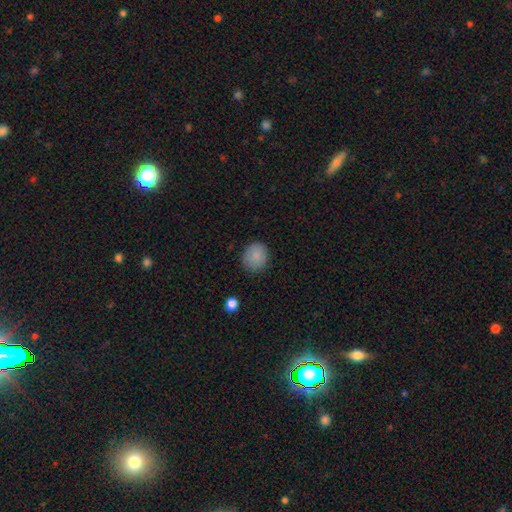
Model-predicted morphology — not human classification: smooth 86%, star or artifact 8%, featured or disk 5%. Down the decision tree: how rounded — round (77%); merging — none (85%).